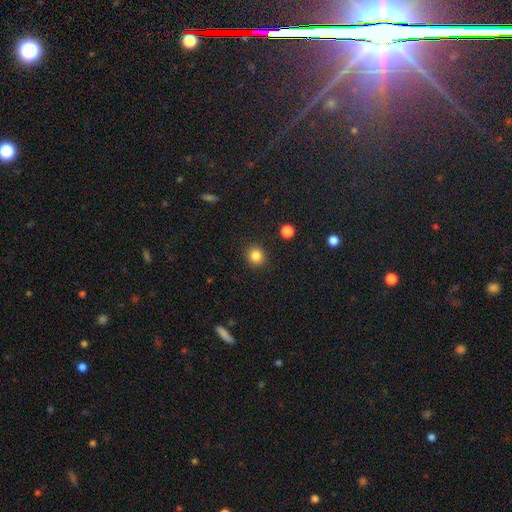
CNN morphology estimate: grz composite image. It shows a smooth galaxy with no disk features (84%) that is round (88%). Merging: none (91%).